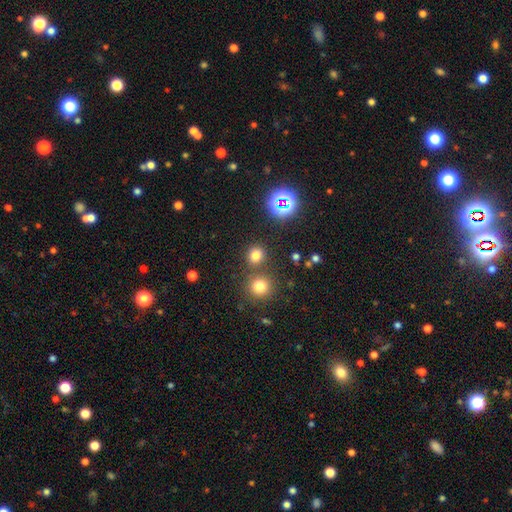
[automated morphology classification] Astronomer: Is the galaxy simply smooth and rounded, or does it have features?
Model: smooth — 71%.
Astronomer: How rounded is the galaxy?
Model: round — 86%.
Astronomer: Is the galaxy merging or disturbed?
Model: none — 77%.